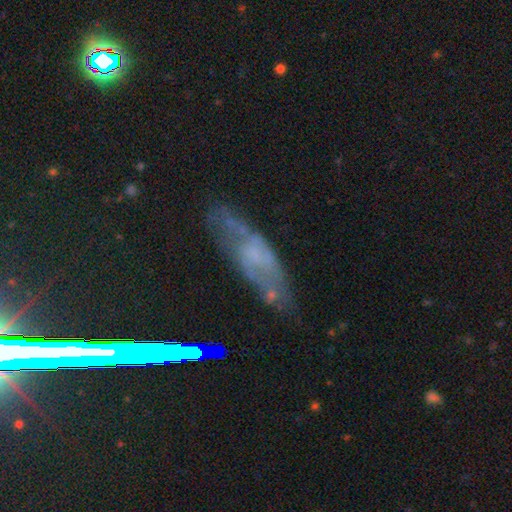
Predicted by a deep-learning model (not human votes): Morphology: type=featured or disk (53%); edge-on=no (64%); merging=none (57%).